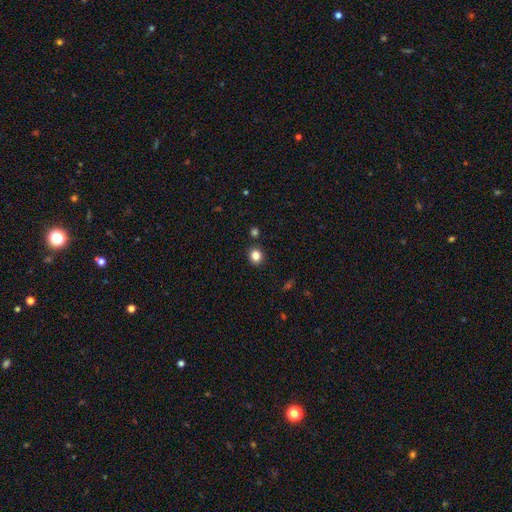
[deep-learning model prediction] This is clearly a smooth galaxy (83%). How rounded: likely round (74%). Merging: clearly none (88%).